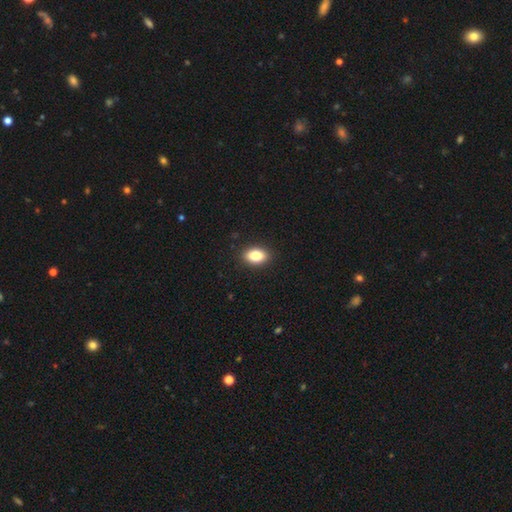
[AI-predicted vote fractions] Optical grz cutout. It shows a smooth galaxy with no disk features (84%) that is in between round and cigar-shaped (86%). Merging: none (90%).